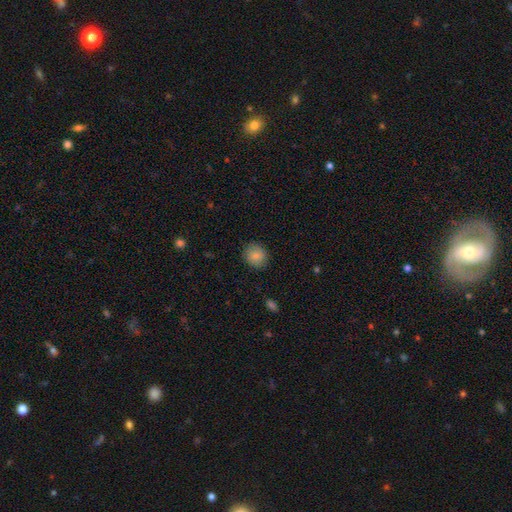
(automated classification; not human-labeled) Overall: smooth (84%). How rounded: round (79%). Merging: none (87%).